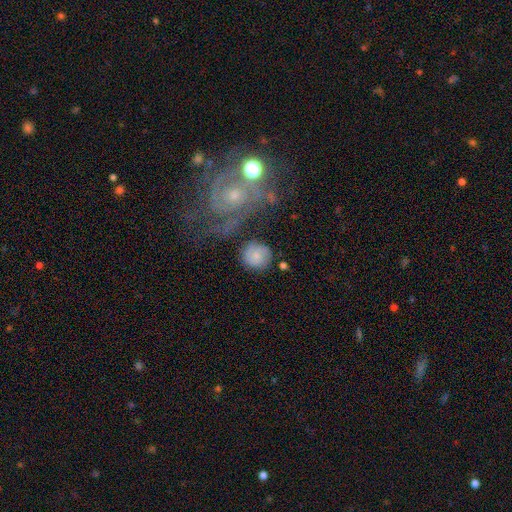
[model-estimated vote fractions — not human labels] A smooth galaxy with no disk features (59%) that is round (88%). Merging: none (71%).